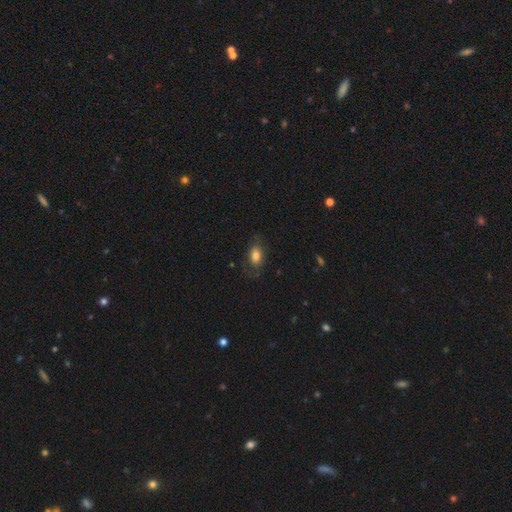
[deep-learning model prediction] smooth 74%, featured or disk 17%, star or artifact 8%. Down the decision tree: how rounded — in between (85%); merging — none (67%).